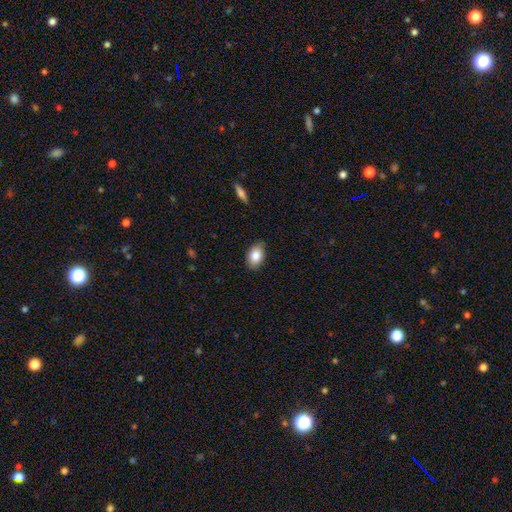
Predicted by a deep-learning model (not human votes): Smooth or featured? smooth (84%)
How rounded? in between (88%)
Merging? none (83%)